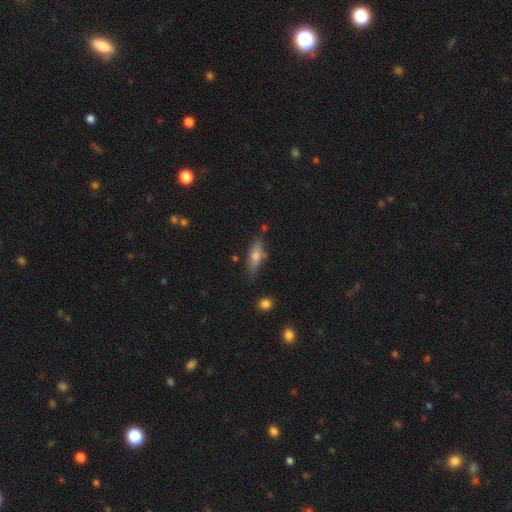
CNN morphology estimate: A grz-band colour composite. It shows a smooth galaxy with no disk features (55%) that is cigar-shaped (51%). Merging: none (76%).